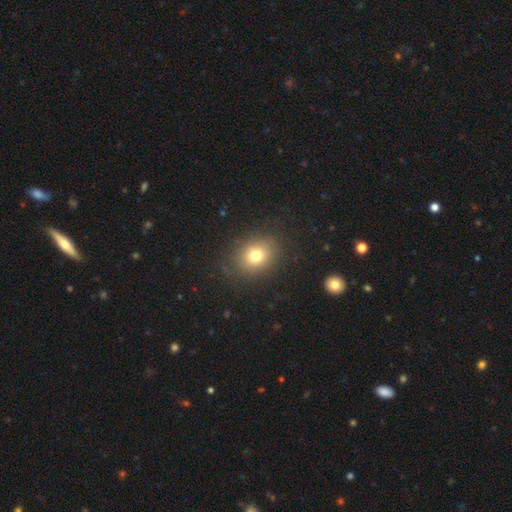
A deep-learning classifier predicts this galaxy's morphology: smooth 77%, star or artifact 13%, featured or disk 10%. Down the decision tree: how rounded — round (55%); merging — none (83%).